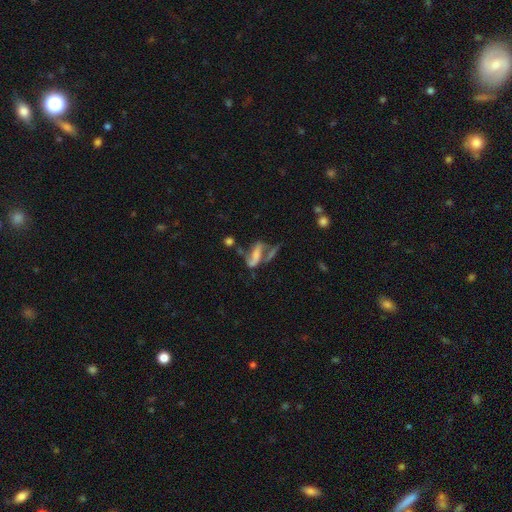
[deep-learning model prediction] This appears to be a featured or disk galaxy (59%) with no bar (43%), spiral arms (66%) and no central bulge (47%). Merging: merger (28%, tied with none and major disturbance).